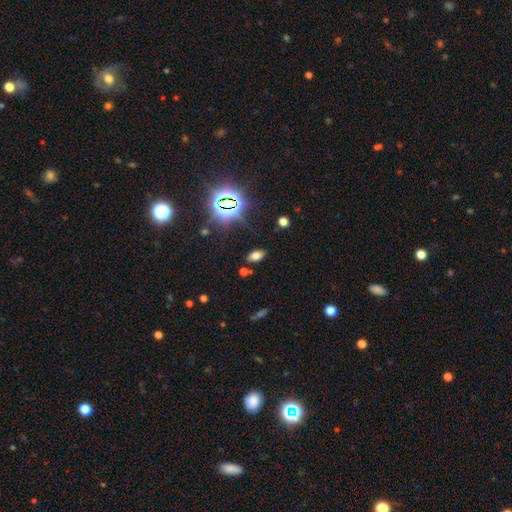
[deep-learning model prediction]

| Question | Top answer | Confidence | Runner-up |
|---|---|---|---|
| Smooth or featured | smooth | 64% | star or artifact (26%) |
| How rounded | in between | 90% | round (6%) |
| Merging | none | 83% | minor disturbance (10%) |